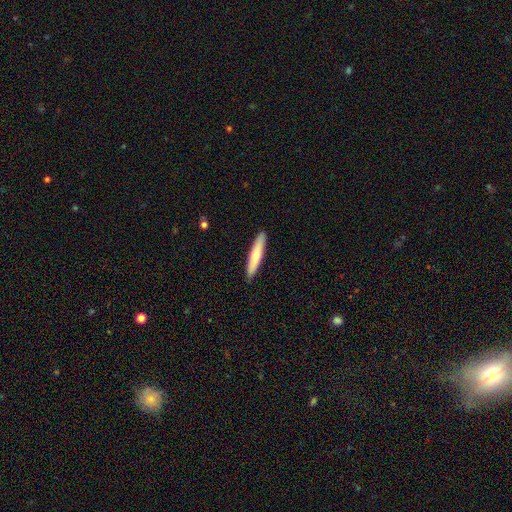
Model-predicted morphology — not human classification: smooth-or-featured: smooth: 69% | featured or disk: 26% | star or artifact: 5%
  how-rounded: cigar-shaped: 91% | in between: 7% | round: 1%
  merging: none: 91% | minor disturbance: 7% | major disturbance: 1% | merger: 1%